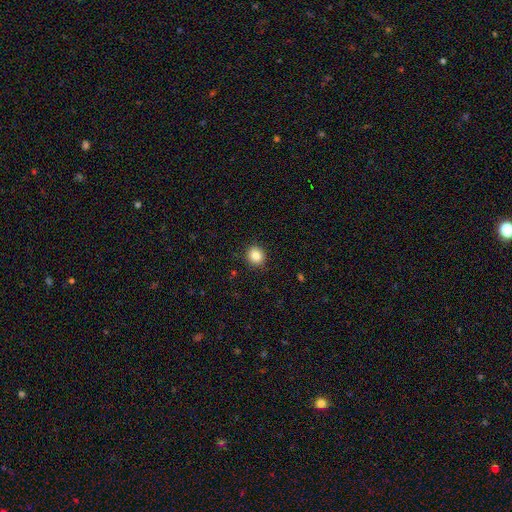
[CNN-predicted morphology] Overall: smooth (84%). How rounded: round (82%). Merging: none (90%).